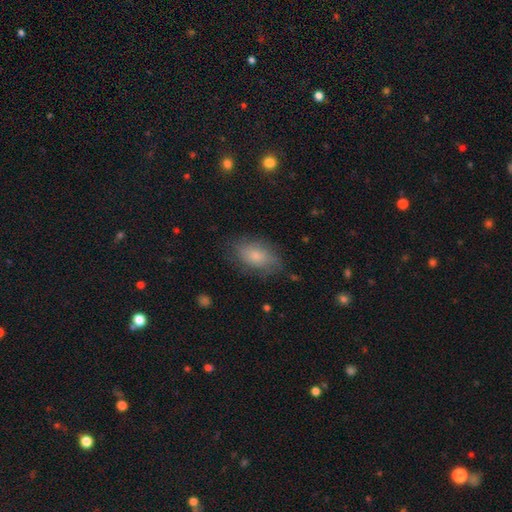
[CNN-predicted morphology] Q: Smooth or featured?
A: smooth (68%); runner-up: featured or disk (24%)
Q: How rounded?
A: in between (88%); runner-up: round (10%)
Q: Merging?
A: none (69%); runner-up: minor disturbance (21%)